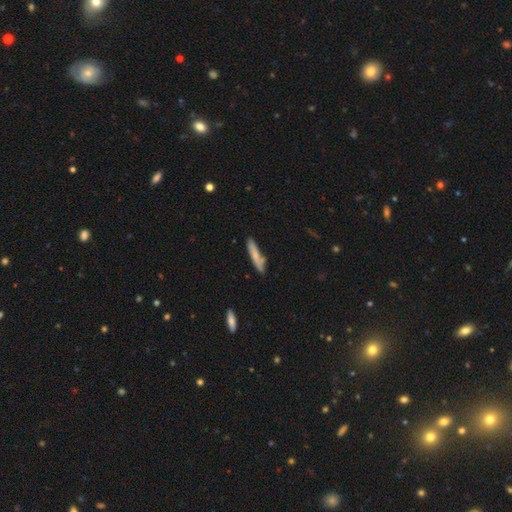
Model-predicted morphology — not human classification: A smooth galaxy with no disk features (69%) that is cigar-shaped (88%).

Vote fractions:
- Smooth or featured? smooth: 69% / featured or disk: 25% / star or artifact: 6%
- How rounded? cigar-shaped: 88% / in between: 10% / round: 2%
- Merging? none: 73% / minor disturbance: 19% / merger: 6% / major disturbance: 3%